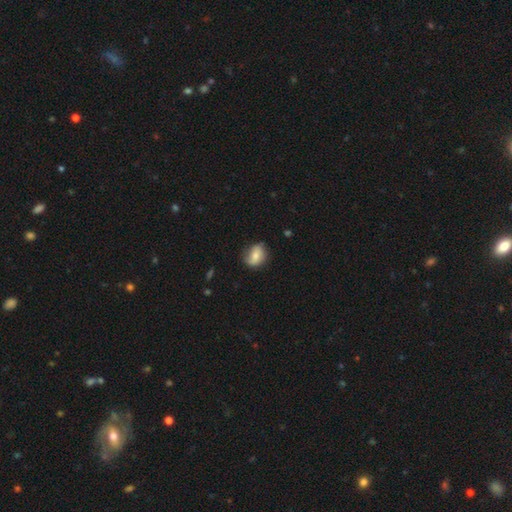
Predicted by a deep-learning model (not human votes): Smooth or featured?
  - smooth: 66% *
  - featured or disk: 27%
  - star or artifact: 8%
How rounded?
  - in between: 54% *
  - round: 44%
  - cigar-shaped: 2%
Merging?
  - none: 68% *
  - minor disturbance: 24%
  - major disturbance: 6%
  - merger: 1%